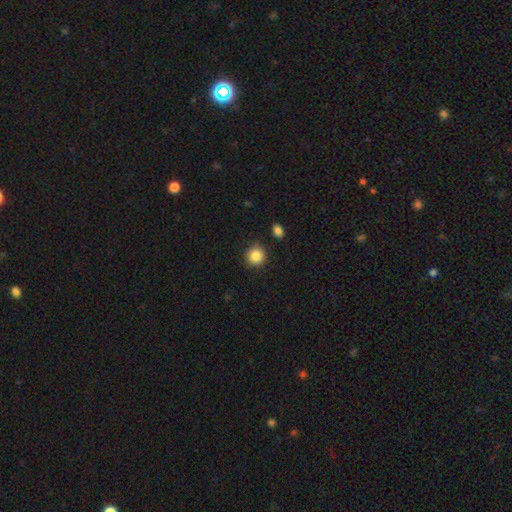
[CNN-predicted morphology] smooth-or-featured: smooth: 87% | star or artifact: 9% | featured or disk: 4%
  how-rounded: round: 93% | in between: 6% | cigar-shaped: 1%
  merging: none: 88% | minor disturbance: 7% | merger: 2% | major disturbance: 2%